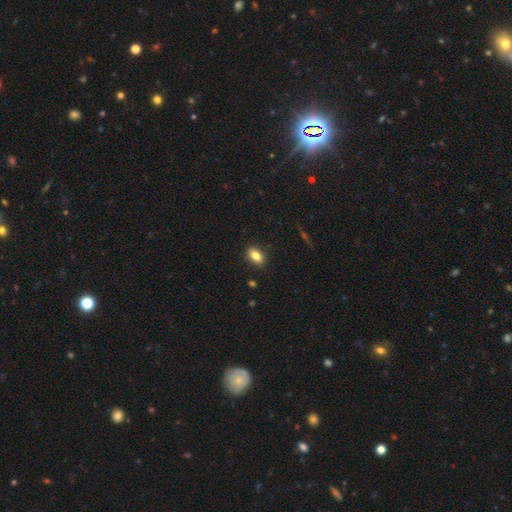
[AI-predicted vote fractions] Smooth or featured: smooth — 81% (featured or disk — 10%)
How rounded: in between — 85% (round — 11%)
Merging: none — 88% (minor disturbance — 9%)